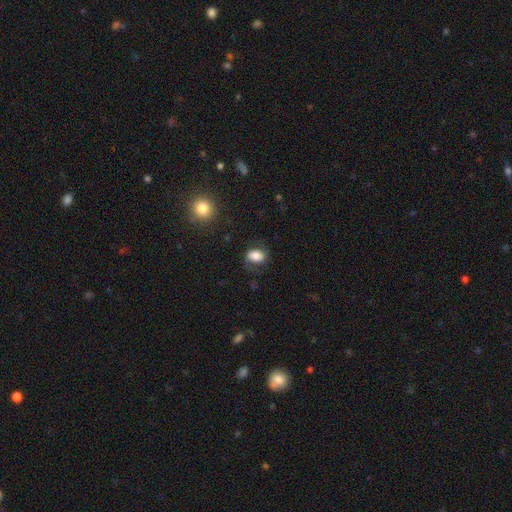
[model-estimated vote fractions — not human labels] Smooth or featured? Predicted: smooth (p=0.68). How rounded? Predicted: in between (p=0.74). Merging? Predicted: none (p=0.64).